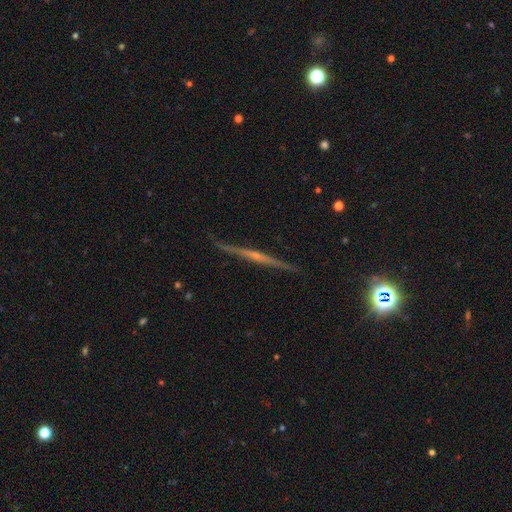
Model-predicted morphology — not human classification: Smooth or featured: featured or disk — 80% (smooth — 12%)
Edge-on disk: yes — 98% (no — 2%)
Edge-on bulge: rounded — 58% (none — 34%)
Merging: none — 88% (minor disturbance — 9%)